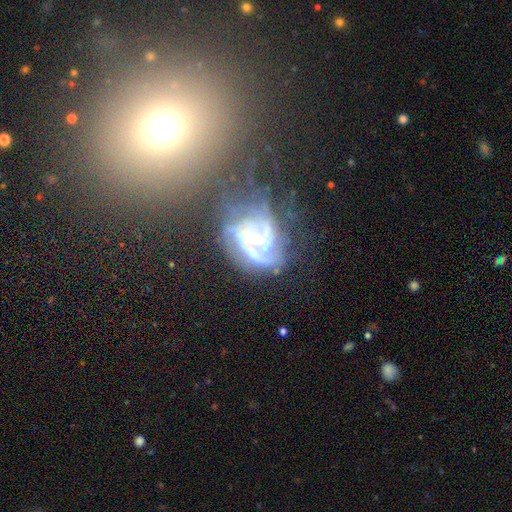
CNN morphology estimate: A featured or disk galaxy (80%) with a weak bar (44%), 2 (31%) tight (42%) spiral arms (88%) and a small central bulge (52%). Merging: none (40%).